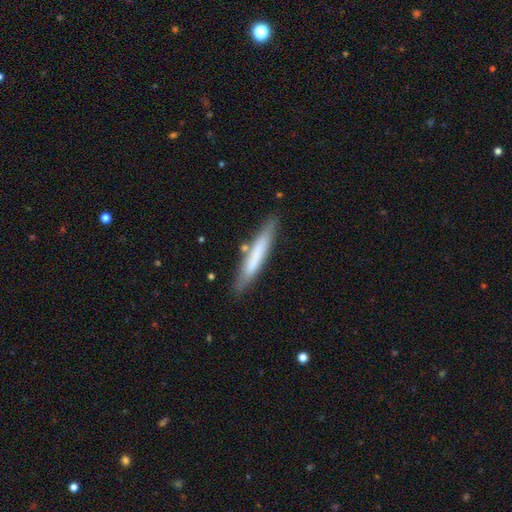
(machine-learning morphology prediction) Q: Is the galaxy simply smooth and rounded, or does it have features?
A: smooth — 62%.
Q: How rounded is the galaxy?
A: cigar-shaped — 94%.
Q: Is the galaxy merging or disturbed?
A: none — 82%.